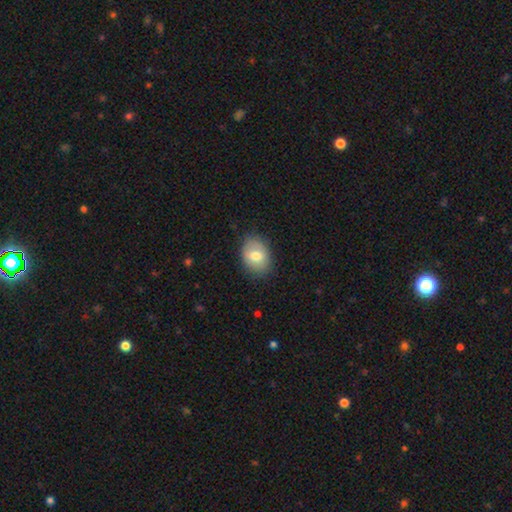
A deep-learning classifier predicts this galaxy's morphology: smooth-or-featured: smooth: 71% | featured or disk: 21% | star or artifact: 7%
  how-rounded: in between: 72% | round: 27% | cigar-shaped: 1%
  merging: none: 81% | minor disturbance: 15% | major disturbance: 3% | merger: 1%